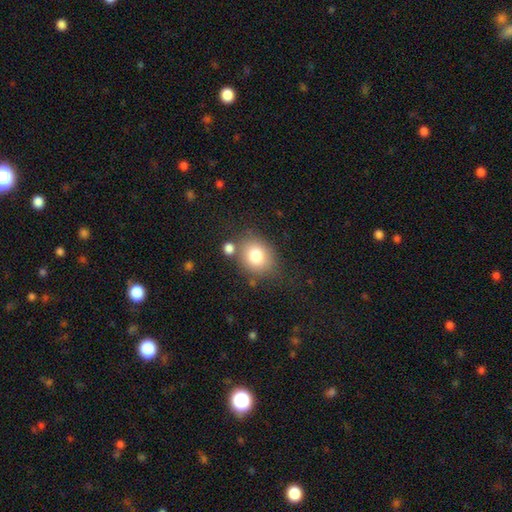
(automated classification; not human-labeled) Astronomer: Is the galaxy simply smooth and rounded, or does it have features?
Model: smooth — 79%.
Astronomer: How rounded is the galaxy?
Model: round — 57% (runner-up: in between, 42%).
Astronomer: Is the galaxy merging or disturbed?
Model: none — 70%.